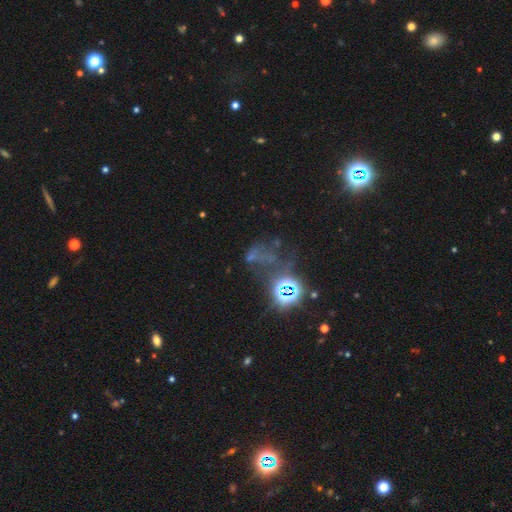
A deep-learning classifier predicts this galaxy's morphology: Smooth or featured? star or artifact (52%)